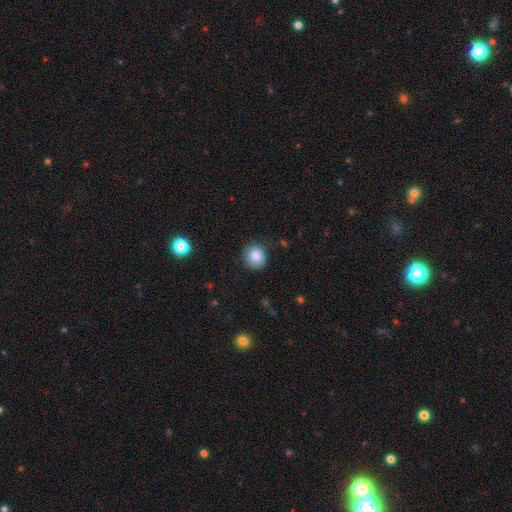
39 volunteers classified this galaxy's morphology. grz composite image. It shows a smooth galaxy with no disk features (92%) that is round (100%). Merging: none (89%).